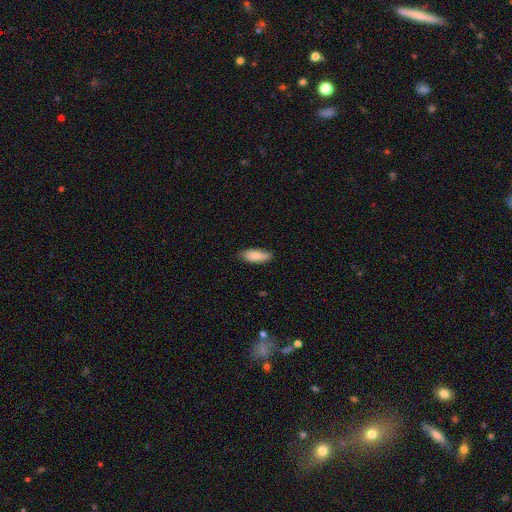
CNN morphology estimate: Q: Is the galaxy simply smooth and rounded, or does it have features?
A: smooth — 82%.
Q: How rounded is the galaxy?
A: in between — 73%.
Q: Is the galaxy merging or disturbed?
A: none — 83%.